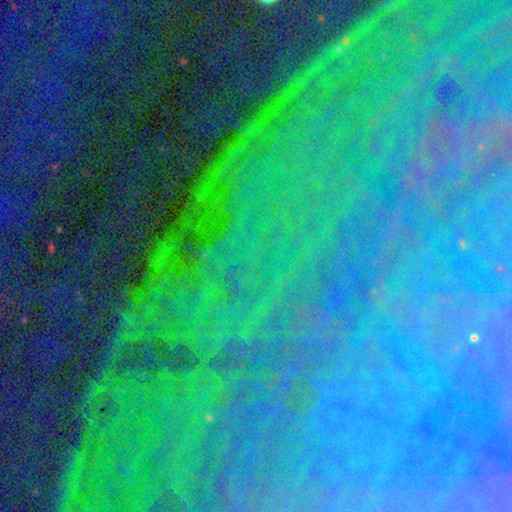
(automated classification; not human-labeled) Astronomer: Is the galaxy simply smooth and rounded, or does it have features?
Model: star or artifact — 79%.